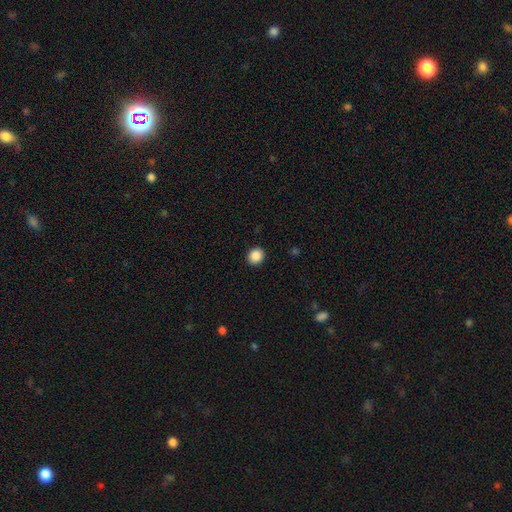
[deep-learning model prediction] Smooth or featured? Predicted: smooth (p=0.88). How rounded? Predicted: round (p=0.84). Merging? Predicted: none (p=0.92).